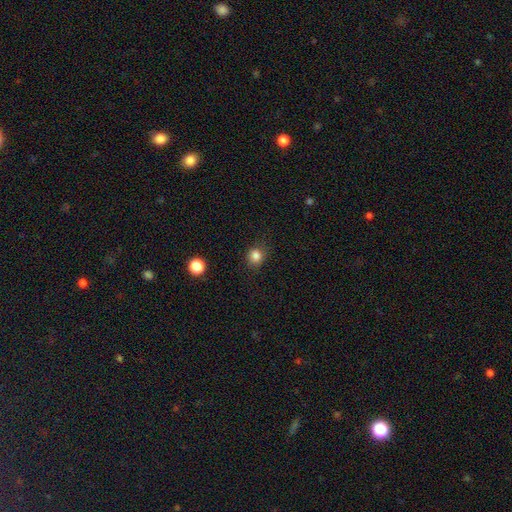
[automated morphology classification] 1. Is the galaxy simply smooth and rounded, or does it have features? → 84% smooth, 12% star or artifact, 4% featured or disk.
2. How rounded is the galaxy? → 78% round, 21% in between, 1% cigar-shaped.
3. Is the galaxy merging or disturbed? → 80% none, 14% minor disturbance, 4% major disturbance, 1% merger.